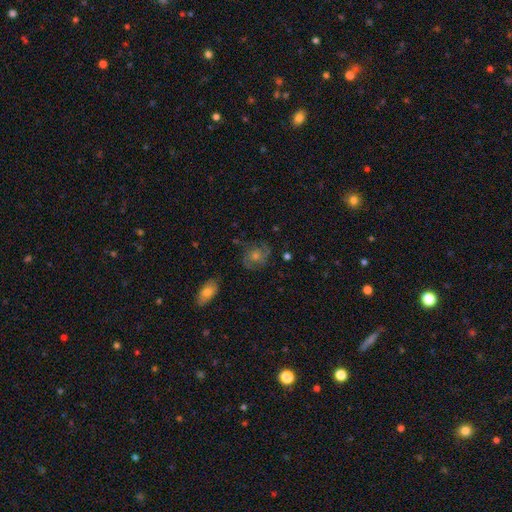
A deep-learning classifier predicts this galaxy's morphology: A featured or disk galaxy (65%) with no bar (74%), 2 (53%) tight (45%) spiral arms (90%) and a moderate central bulge (54%). Merging: none (77%).